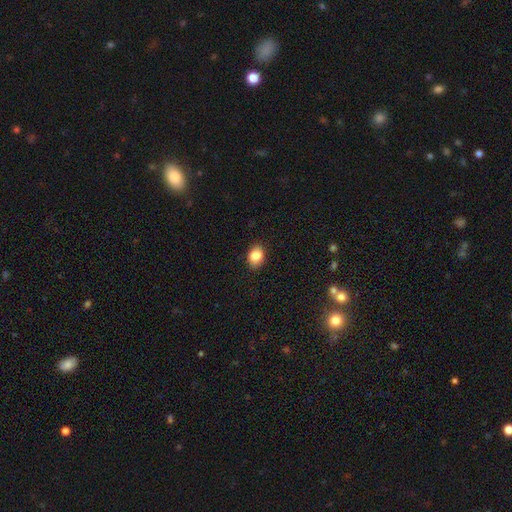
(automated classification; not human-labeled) This appears to be a smooth galaxy with no disk features (87%) that is in between round and cigar-shaped (69%). Merging: none (87%).